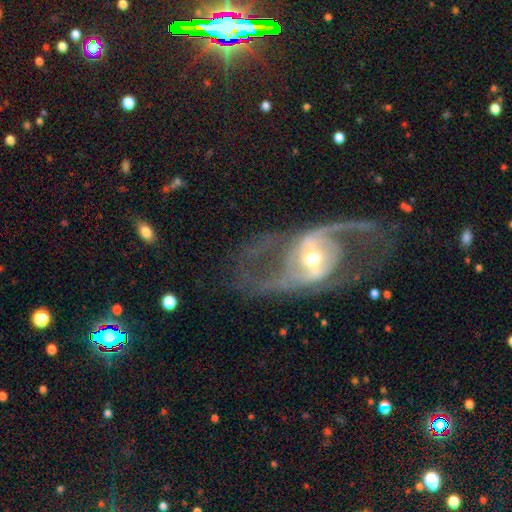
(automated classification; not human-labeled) Smooth or featured?
  - featured or disk: 87% *
  - star or artifact: 8%
  - smooth: 5%
Edge-on disk?
  - no: 96% *
  - yes: 4%
Bar?
  - no: 37% *
  - weak: 36%
  - strong: 27%
Spiral arms?
  - yes: 94% *
  - no: 6%
Spiral winding?
  - loose: 48% *
  - medium: 41%
  - tight: 11%
Spiral arm count?
  - 2: 89% *
  - can't tell: 4%
  - 3: 2%
  - 1: 2%
  - 4: 1%
  - more than 4: 1%
Bulge size?
  - moderate: 49% *
  - small: 44%
  - large: 5%
  - dominant: 1%
  - none: 1%
Merging?
  - none: 64% *
  - major disturbance: 19%
  - minor disturbance: 14%
  - merger: 3%